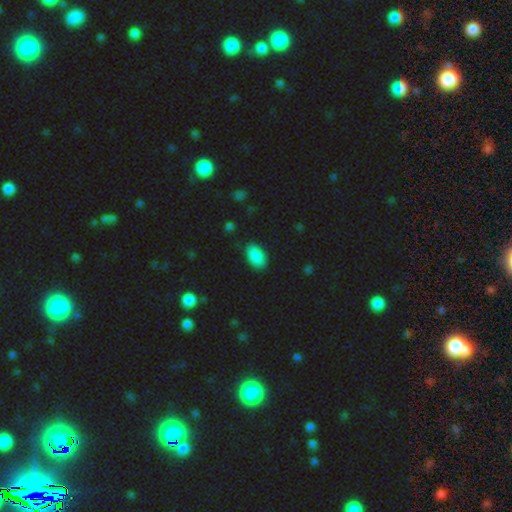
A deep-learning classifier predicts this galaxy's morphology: smooth 88%, star or artifact 8%, featured or disk 4%. Down the decision tree: how rounded — in between (92%); merging — none (85%).